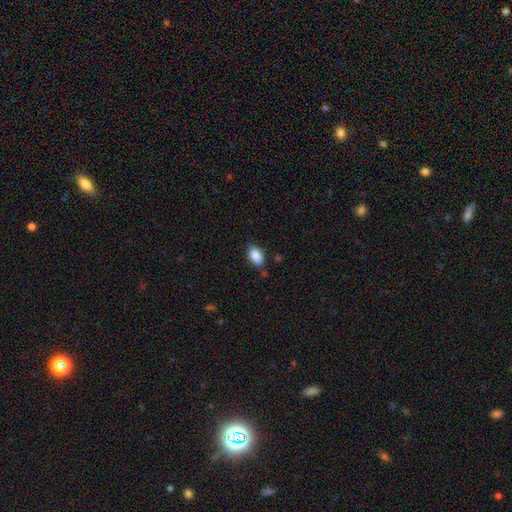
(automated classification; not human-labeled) Morphology: type=smooth (87%); roundness=in between (89%); merging=none (76%).